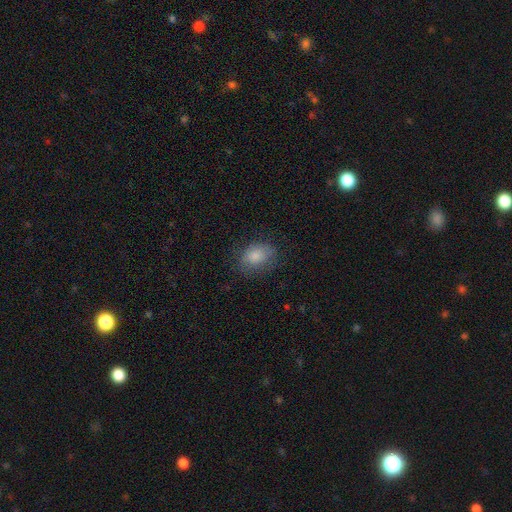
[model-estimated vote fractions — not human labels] smooth-or-featured: smooth: 82% | featured or disk: 10% | star or artifact: 8%
  how-rounded: in between: 72% | round: 27% | cigar-shaped: 1%
  merging: none: 72% | minor disturbance: 20% | major disturbance: 7% | merger: 1%